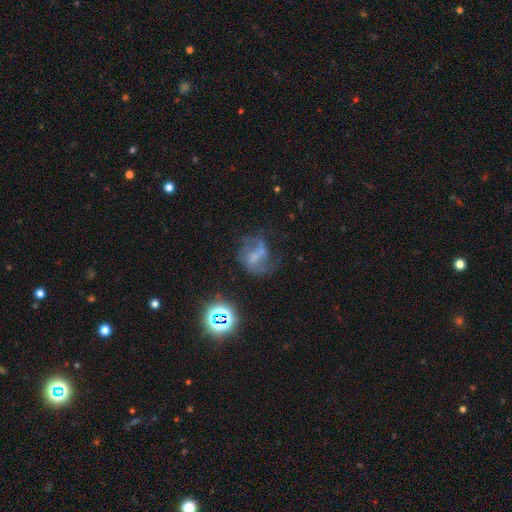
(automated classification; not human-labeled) Smooth or featured?
  - featured or disk: 53% *
  - smooth: 24%
  - star or artifact: 23%
Edge-on disk?
  - no: 97% *
  - yes: 3%
Bar?
  - no: 45% *
  - weak: 36%
  - strong: 19%
Spiral arms?
  - yes: 58% *
  - no: 42%
Bulge size?
  - none: 47% *
  - small: 28%
  - moderate: 19%
  - large: 4%
  - dominant: 2%
Merging?
  - none: 45% *
  - major disturbance: 28%
  - minor disturbance: 20%
  - merger: 7%